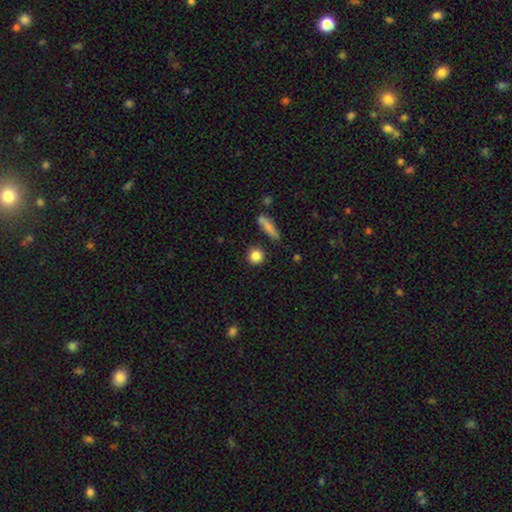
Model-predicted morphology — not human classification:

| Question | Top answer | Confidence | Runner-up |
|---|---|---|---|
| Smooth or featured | smooth | 85% | star or artifact (9%) |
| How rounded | round | 87% | in between (9%) |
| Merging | none | 85% | minor disturbance (9%) |